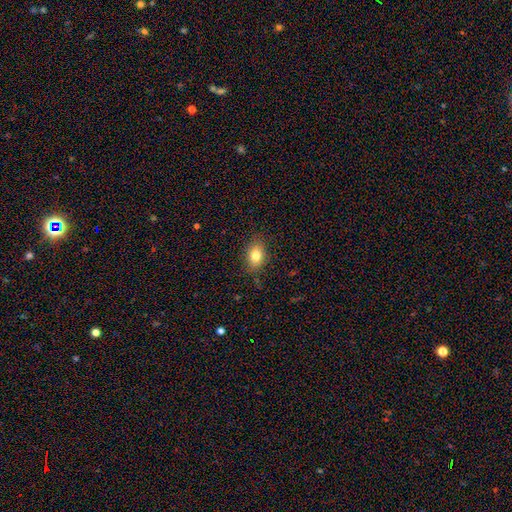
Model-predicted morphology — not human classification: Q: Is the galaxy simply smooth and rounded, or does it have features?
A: smooth — 81%.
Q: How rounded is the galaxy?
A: in between — 81%.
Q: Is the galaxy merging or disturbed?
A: none — 83%.